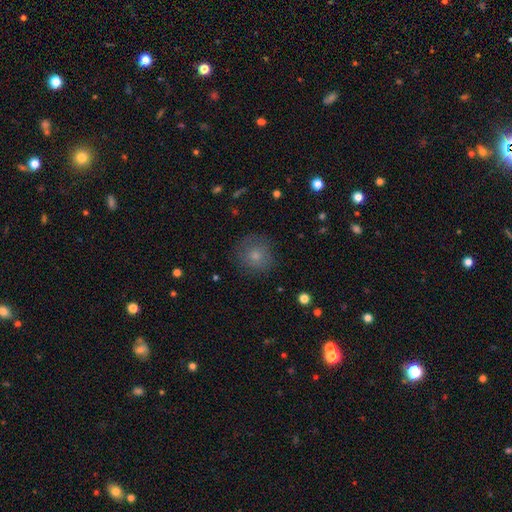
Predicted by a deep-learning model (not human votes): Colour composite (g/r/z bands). It shows a smooth galaxy with no disk features (74%) that is round (91%). Merging: none (80%).